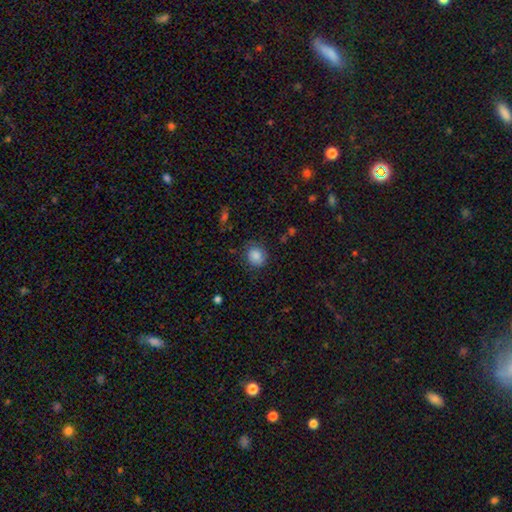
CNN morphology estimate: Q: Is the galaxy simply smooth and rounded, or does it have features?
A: smooth — 86%.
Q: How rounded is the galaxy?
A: round — 79%.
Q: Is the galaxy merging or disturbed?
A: none — 77%.